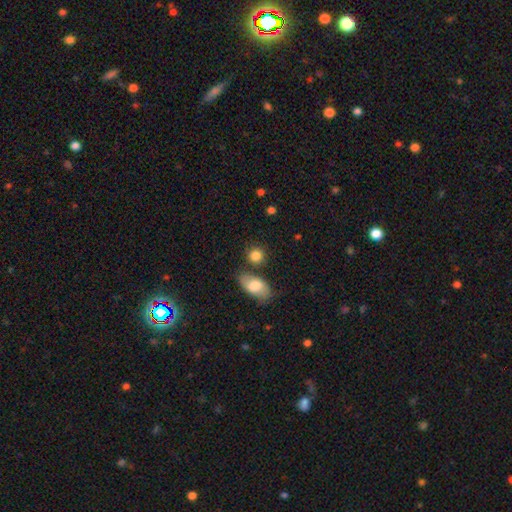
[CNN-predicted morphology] smooth-or-featured: smooth: 84% | star or artifact: 8% | featured or disk: 8%
  how-rounded: round: 77% | in between: 21% | cigar-shaped: 2%
  merging: none: 71% | merger: 13% | minor disturbance: 12% | major disturbance: 4%